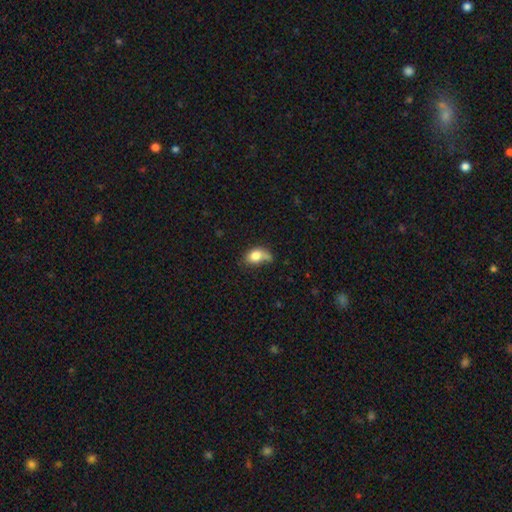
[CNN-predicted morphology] This appears to be a smooth galaxy with no disk features (79%) that is in between round and cigar-shaped (71%). Merging: none (36%).